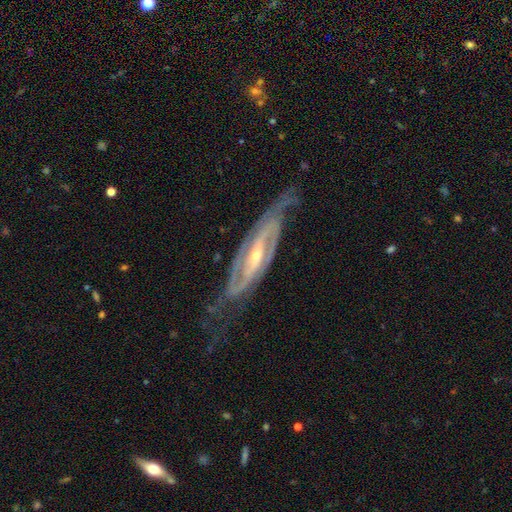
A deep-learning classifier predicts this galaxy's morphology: type=featured or disk (90%); edge-on=no (82%); bar=strong (52%); spiral arms=yes (97%); winding=medium (42%, tied with tight); arm count=2 (81%); bulge=small (61%); merging=none (67%).